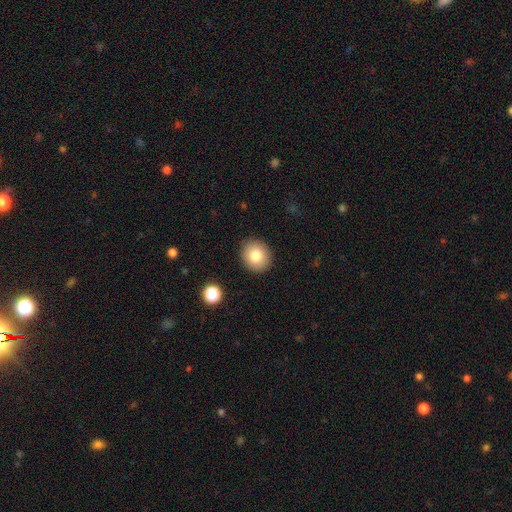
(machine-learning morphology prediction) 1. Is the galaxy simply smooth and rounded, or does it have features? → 80% smooth, 10% featured or disk, 10% star or artifact.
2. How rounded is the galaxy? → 82% round, 17% in between, 1% cigar-shaped.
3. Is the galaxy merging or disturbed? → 90% none, 6% minor disturbance, 2% major disturbance, 1% merger.